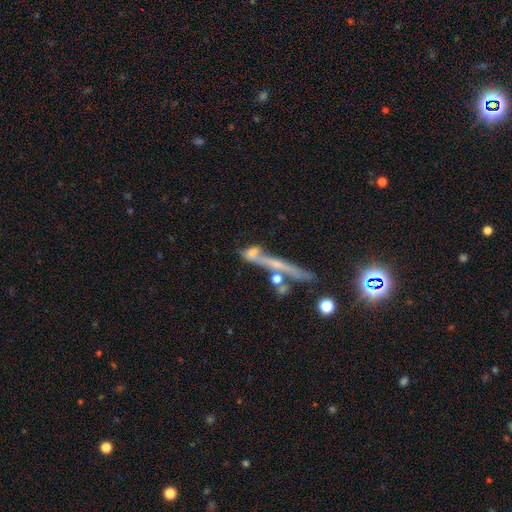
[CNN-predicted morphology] Smooth or featured? featured or disk (50%)
Edge-on disk? yes (75%)
Merging? none (45%)